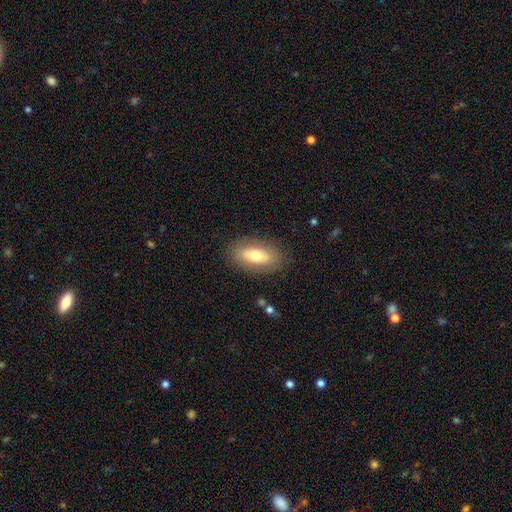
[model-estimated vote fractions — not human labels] The model was most divided on "smooth or featured": smooth: 69%, featured or disk: 24%, star or artifact: 7%. More confident: how rounded — in between (88%); merging — none (84%).